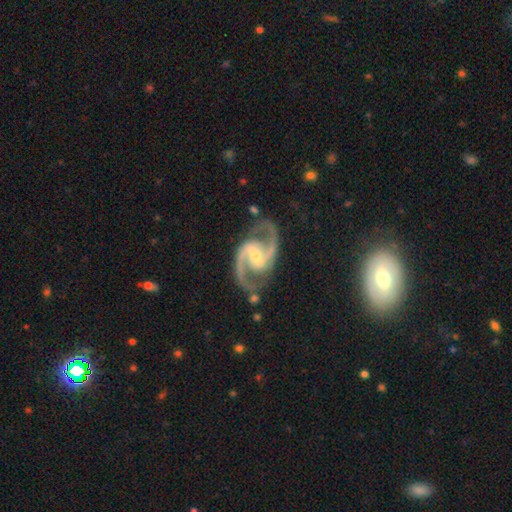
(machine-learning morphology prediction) A featured or disk galaxy (94%) with a weak bar (43%), 2 (94%) medium (67%) spiral arms (99%) and a small central bulge (59%). Merging: none (80%).